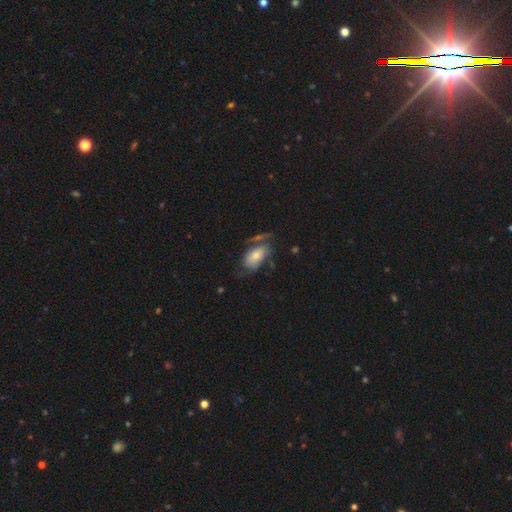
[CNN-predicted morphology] A smooth galaxy with no disk features (51%) that is in between round and cigar-shaped (90%). Merging: none (39%).